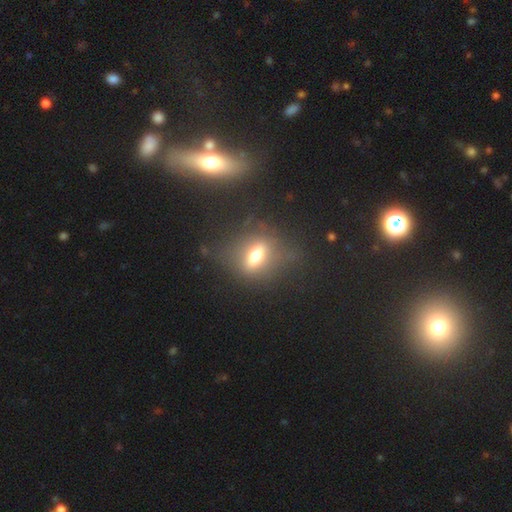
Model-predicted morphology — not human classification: Overall: smooth (54%; featured or disk 31%). How rounded: in between (61%; round 28%). Merging: none (68%).